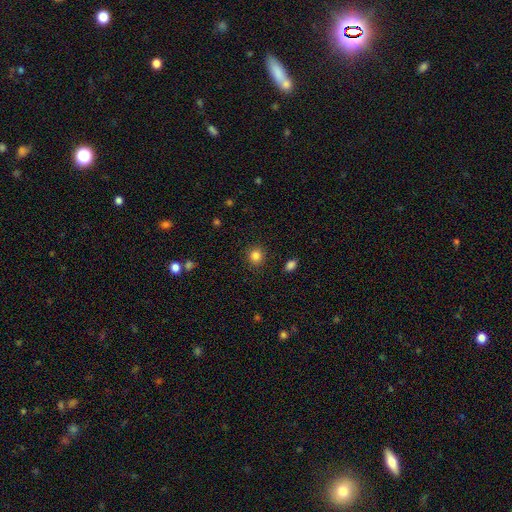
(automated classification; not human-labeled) Smooth or featured? Predicted: smooth (p=0.84). How rounded? Predicted: round (p=0.86). Merging? Predicted: none (p=0.89).